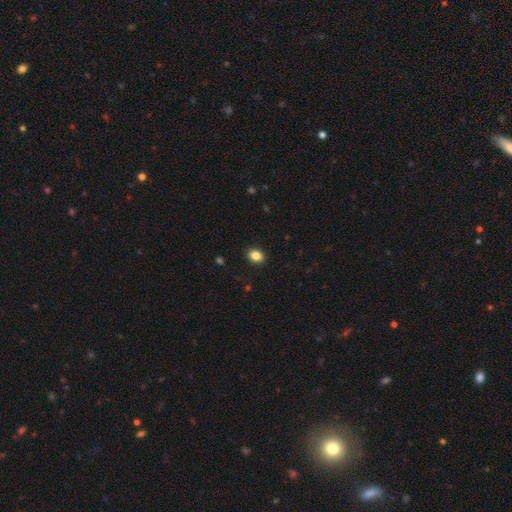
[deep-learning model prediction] The model was most divided on "how rounded": in between: 66%, round: 33%, cigar-shaped: 1%. More confident: merging — none (91%); smooth or featured — smooth (85%).